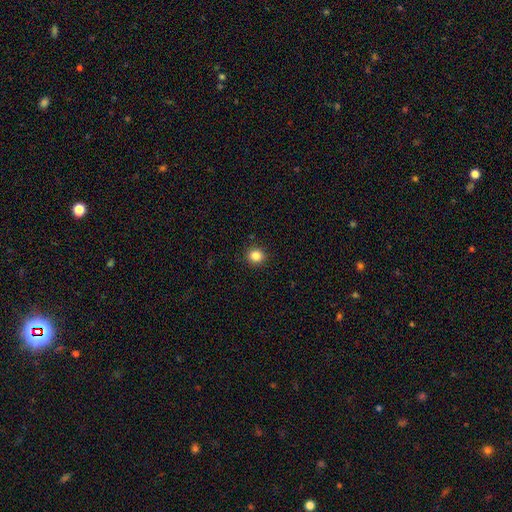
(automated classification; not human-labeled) The model was most divided on "smooth or featured": smooth: 85%, star or artifact: 11%, featured or disk: 4%. More confident: merging — none (92%); how rounded — round (91%).